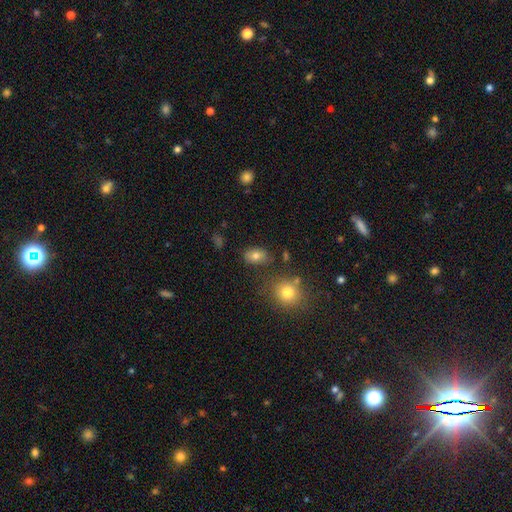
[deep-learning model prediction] This appears to be a smooth galaxy with no disk features (78%) that is in between round and cigar-shaped (82%). Merging: none (76%).